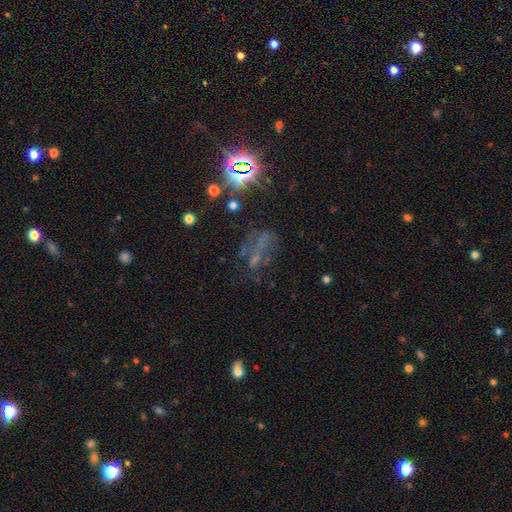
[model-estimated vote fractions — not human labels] Smooth or featured? star or artifact (51%)